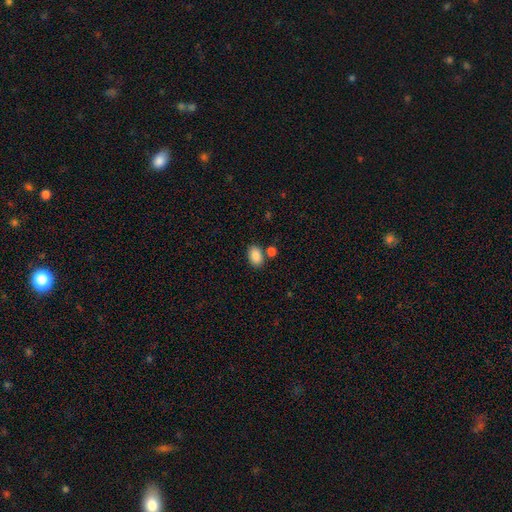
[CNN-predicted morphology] Q: Smooth or featured?
A: smooth (88%); runner-up: star or artifact (8%)
Q: How rounded?
A: in between (87%); runner-up: round (12%)
Q: Merging?
A: none (74%); runner-up: merger (12%)